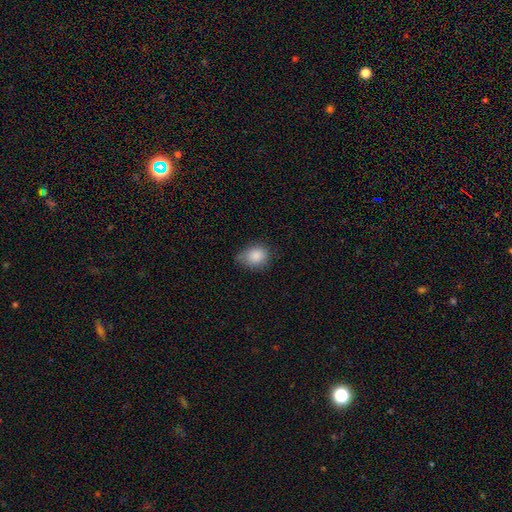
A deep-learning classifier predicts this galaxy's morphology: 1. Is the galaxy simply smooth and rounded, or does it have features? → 87% smooth, 8% star or artifact, 5% featured or disk.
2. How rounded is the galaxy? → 53% round, 46% in between, 1% cigar-shaped.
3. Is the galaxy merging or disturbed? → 58% none, 34% minor disturbance, 6% major disturbance, 2% merger.